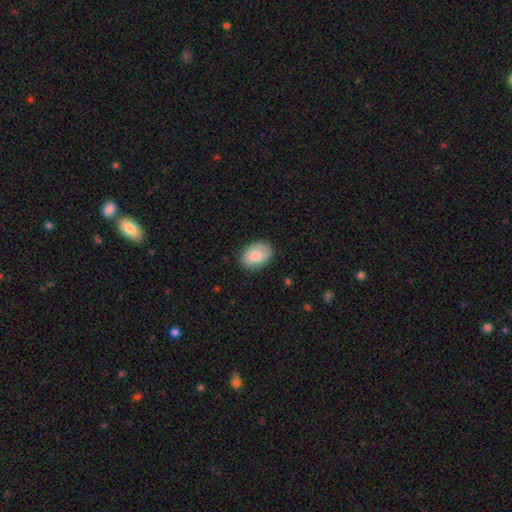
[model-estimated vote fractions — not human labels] Smooth or featured? Predicted: smooth (p=0.80). How rounded? Predicted: in between (p=0.78). Merging? Predicted: none (p=0.82).